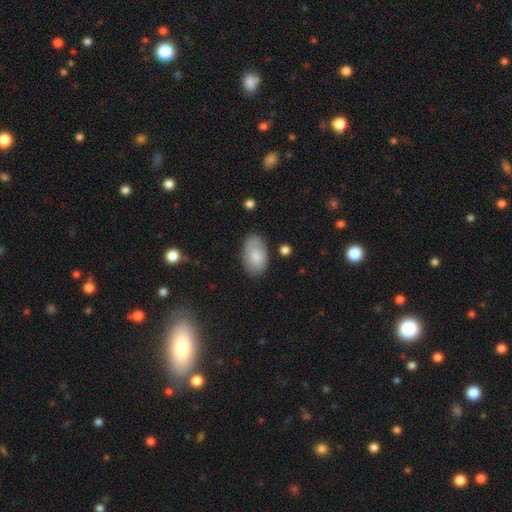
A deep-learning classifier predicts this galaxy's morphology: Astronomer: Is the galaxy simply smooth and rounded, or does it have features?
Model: smooth — 81%.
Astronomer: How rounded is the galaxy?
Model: in between — 94%.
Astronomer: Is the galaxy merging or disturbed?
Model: none — 79%.